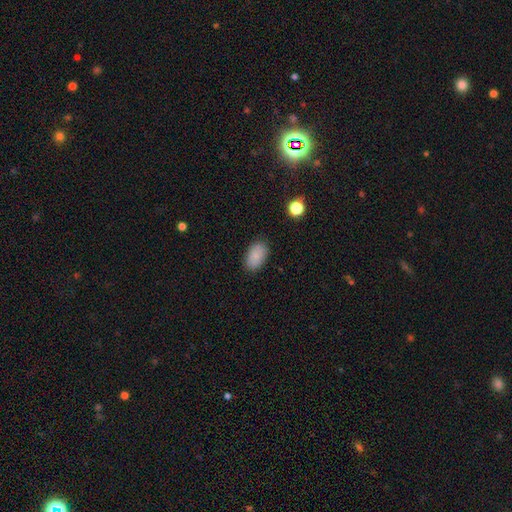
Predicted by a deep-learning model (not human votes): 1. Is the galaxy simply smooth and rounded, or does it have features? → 85% smooth, 8% star or artifact, 7% featured or disk.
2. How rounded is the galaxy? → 93% in between, 6% round, 2% cigar-shaped.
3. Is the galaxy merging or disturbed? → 85% none, 11% minor disturbance, 3% major disturbance, 1% merger.